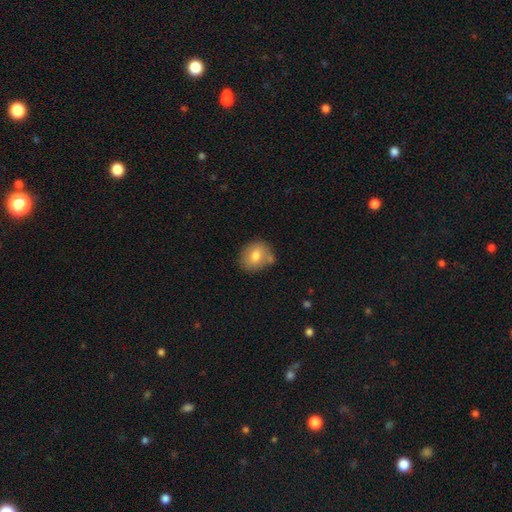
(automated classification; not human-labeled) smooth 74%, featured or disk 18%, star or artifact 8%. Down the decision tree: how rounded — round (64%); merging — none (68%).